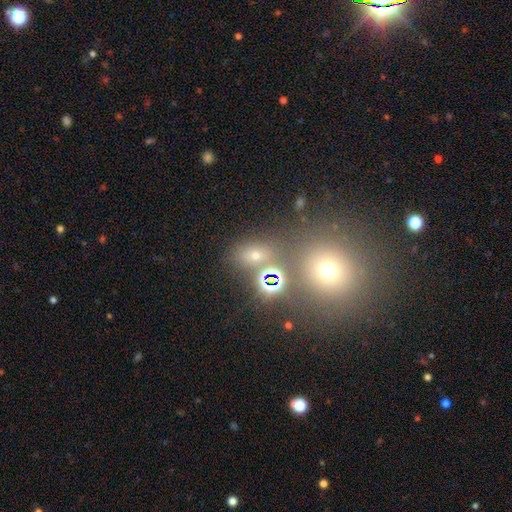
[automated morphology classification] smooth_or_featured: smooth (p=0.51) [alt: star or artifact p=0.37]
how_rounded: in between (p=0.52) [alt: round p=0.45]
merging: none (p=0.68) [alt: merger p=0.16]